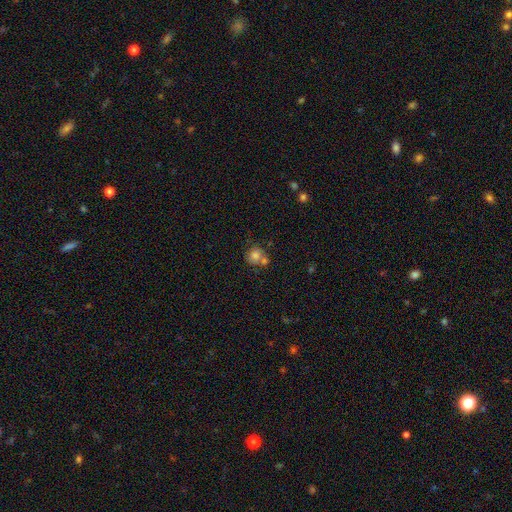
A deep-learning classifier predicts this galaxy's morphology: smooth 75%, star or artifact 13%, featured or disk 12%. Down the decision tree: how rounded — round (83%); merging — none (50%).